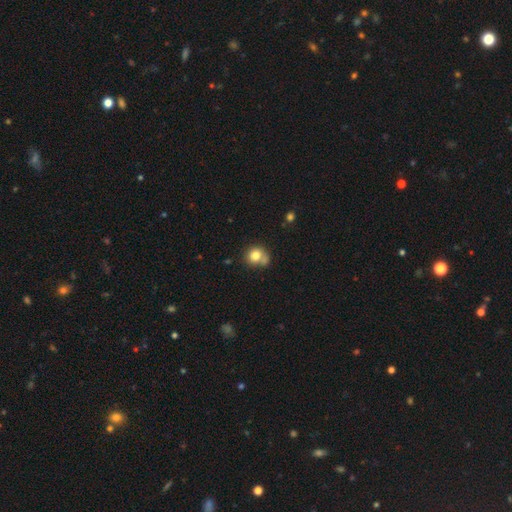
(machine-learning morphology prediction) The model was most divided on "merging": none: 52%, merger: 25%, minor disturbance: 17%, major disturbance: 7%. More confident: how rounded — round (81%); smooth or featured — smooth (79%).